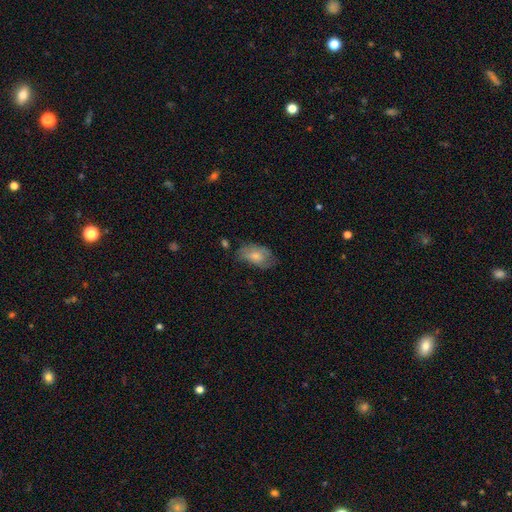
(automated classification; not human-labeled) Smooth or featured: smooth — 63% (featured or disk — 30%)
How rounded: in between — 92% (round — 6%)
Merging: none — 51% (minor disturbance — 33%)